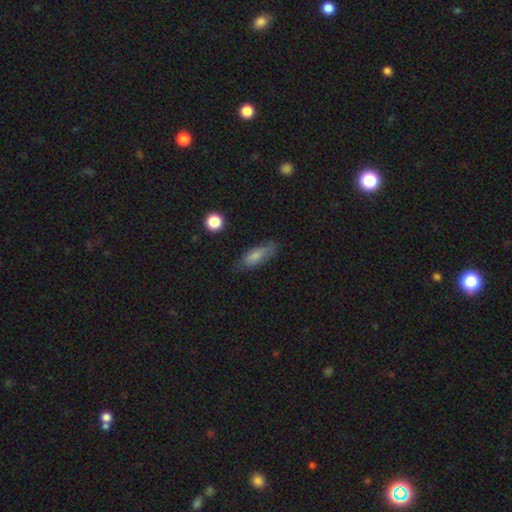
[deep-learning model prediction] Morphology: type=smooth (73%); roundness=in between (62%); merging=none (69%).